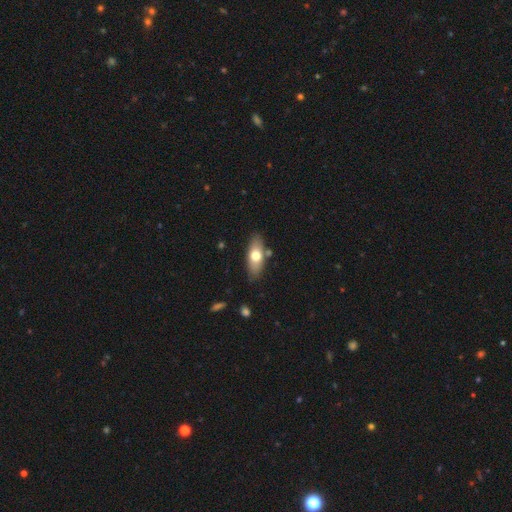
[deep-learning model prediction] A smooth galaxy with no disk features (66%) that is in between round and cigar-shaped (79%). Merging: none (81%).